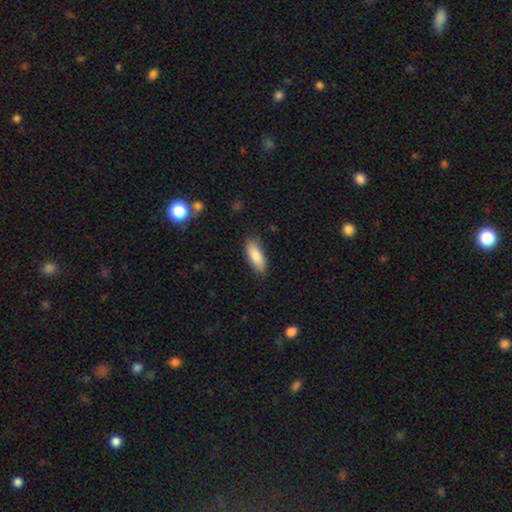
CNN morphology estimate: Overall: smooth (86%). How rounded: in between (77%). Merging: none (82%).